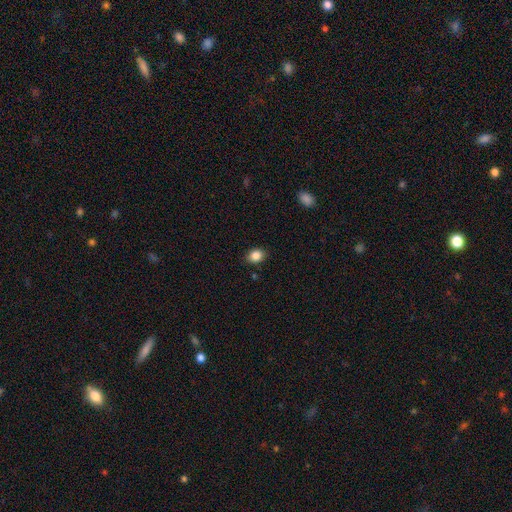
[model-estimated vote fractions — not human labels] Q: Smooth or featured?
A: smooth (85%); runner-up: star or artifact (10%)
Q: How rounded?
A: in between (58%); runner-up: round (41%)
Q: Merging?
A: none (87%); runner-up: minor disturbance (9%)